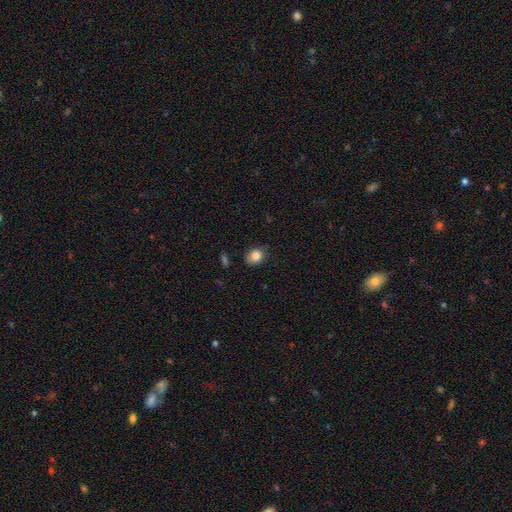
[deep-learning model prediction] The model was most divided on "how rounded": in between: 52%, round: 47%, cigar-shaped: 1%. More confident: smooth or featured — smooth (82%); merging — none (79%).